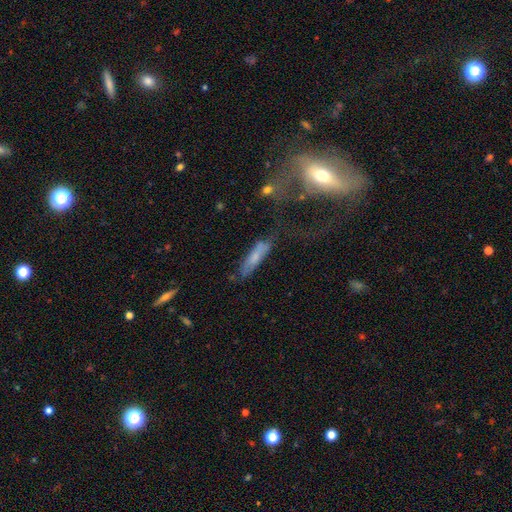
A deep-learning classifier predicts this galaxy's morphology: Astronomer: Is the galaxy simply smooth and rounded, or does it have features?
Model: smooth — 57% (runner-up: featured or disk, 34%).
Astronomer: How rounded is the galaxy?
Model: cigar-shaped — 78%.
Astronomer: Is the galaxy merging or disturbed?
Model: none — 58%.